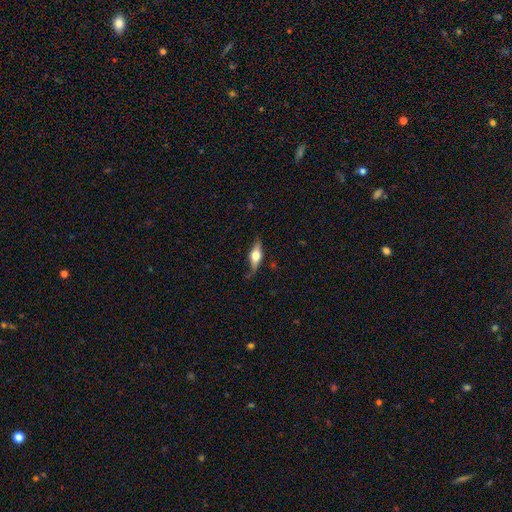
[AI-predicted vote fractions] A featured or disk galaxy (50%).

Vote fractions:
- Smooth or featured? featured or disk: 50% / smooth: 44% / star or artifact: 6%
- Merging? none: 66% / minor disturbance: 24% / major disturbance: 8% / merger: 2%